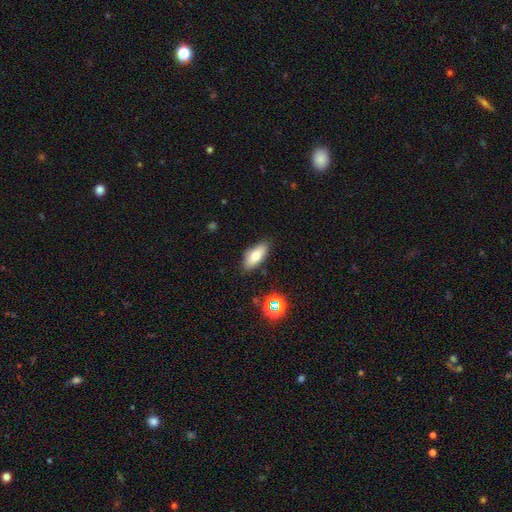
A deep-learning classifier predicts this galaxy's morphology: Smooth or featured? smooth (73%)
How rounded? in between (85%)
Merging? none (85%)